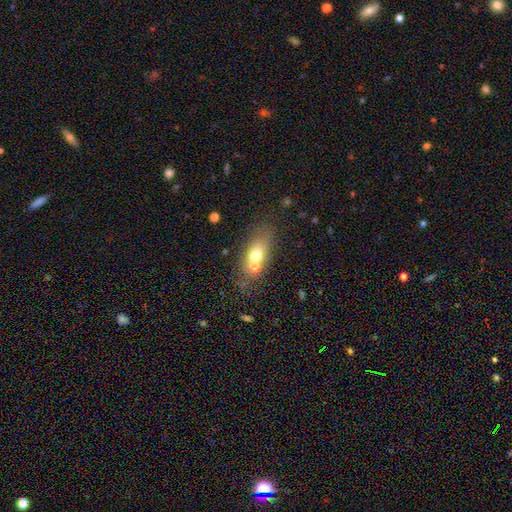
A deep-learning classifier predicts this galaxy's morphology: smooth 63%, featured or disk 26%, star or artifact 11%. Down the decision tree: how rounded — in between (74%); merging — none (48%).